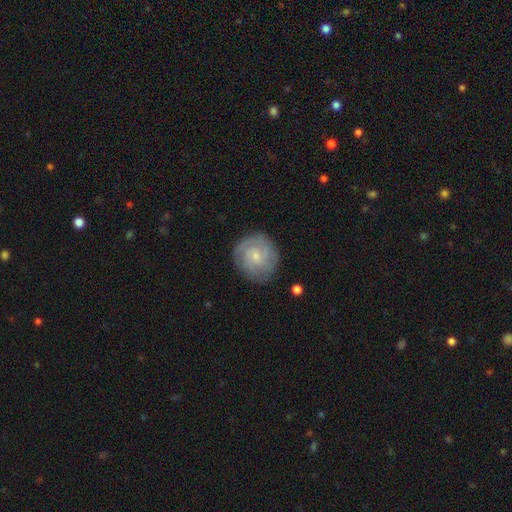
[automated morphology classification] This appears to be a featured or disk galaxy (61%) with no bar (61%), tight (63%) spiral arms (89%) and a small central bulge (71%). Merging: none (83%).